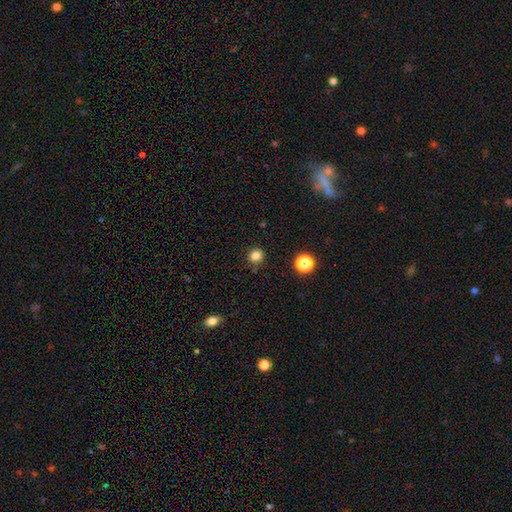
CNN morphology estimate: The model was most divided on "smooth or featured": smooth: 82%, star or artifact: 13%, featured or disk: 4%. More confident: how rounded — round (91%); merging — none (88%).